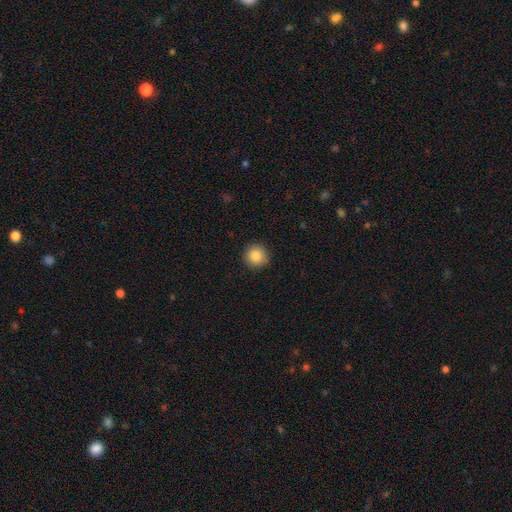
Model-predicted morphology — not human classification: Q: Smooth or featured?
A: smooth (86%); runner-up: star or artifact (9%)
Q: How rounded?
A: round (95%); runner-up: in between (4%)
Q: Merging?
A: none (90%); runner-up: minor disturbance (7%)